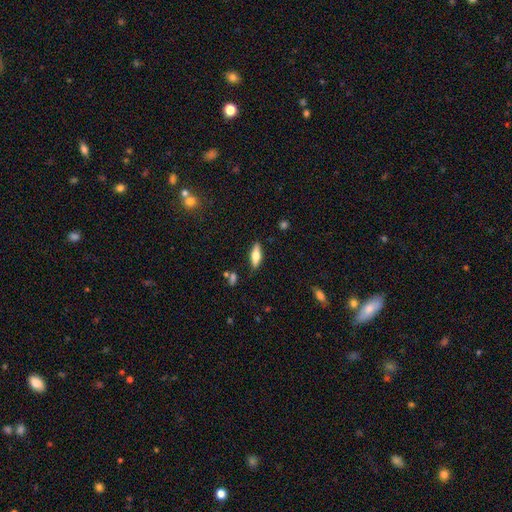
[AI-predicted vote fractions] Smooth or featured? Predicted: smooth (p=0.53). How rounded? Predicted: in between (p=0.59). Merging? Predicted: none (p=0.85).